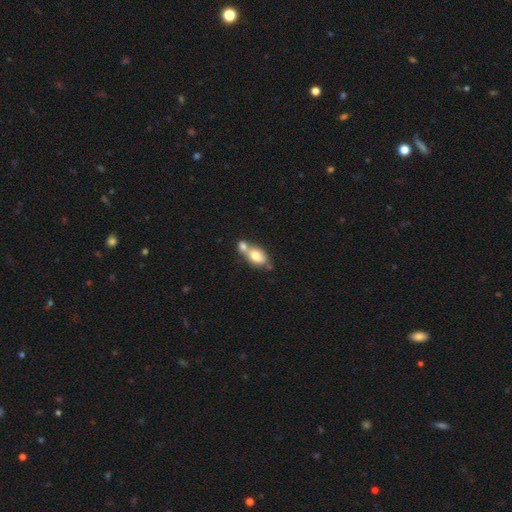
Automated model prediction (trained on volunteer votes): Morphology: type=smooth (69%); roundness=in between (76%); merging=merger (59%).